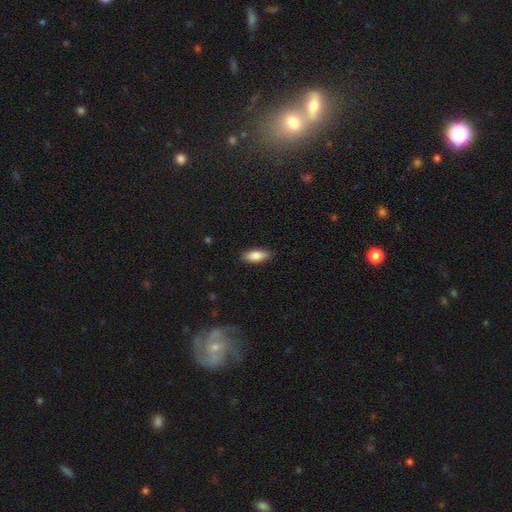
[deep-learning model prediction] Smooth or featured: smooth — 82% (featured or disk — 12%)
How rounded: in between — 76% (cigar-shaped — 21%)
Merging: none — 87% (minor disturbance — 10%)